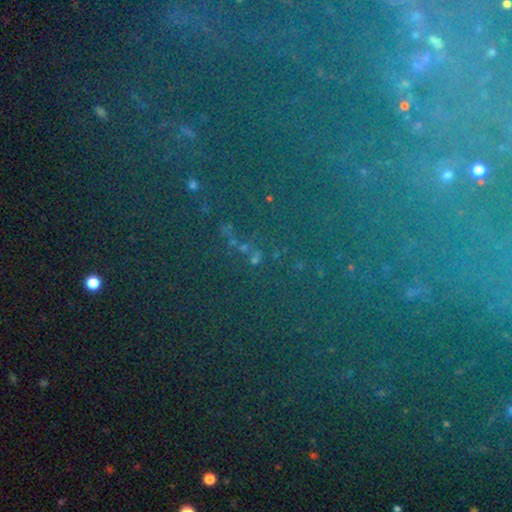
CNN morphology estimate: type=star or artifact (76%).